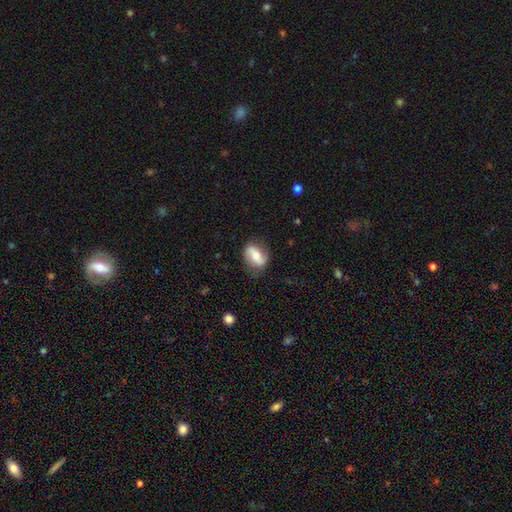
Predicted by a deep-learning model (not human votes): This is possibly a featured or disk galaxy (52%). It is clearly not viewed edge-on (93%). Merging: likely none (79%).